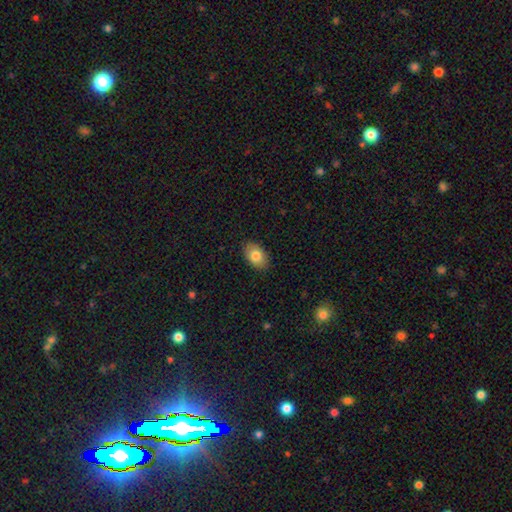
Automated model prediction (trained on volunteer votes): smooth 81%, featured or disk 11%, star or artifact 7%. Down the decision tree: how rounded — in between (89%); merging — none (89%).